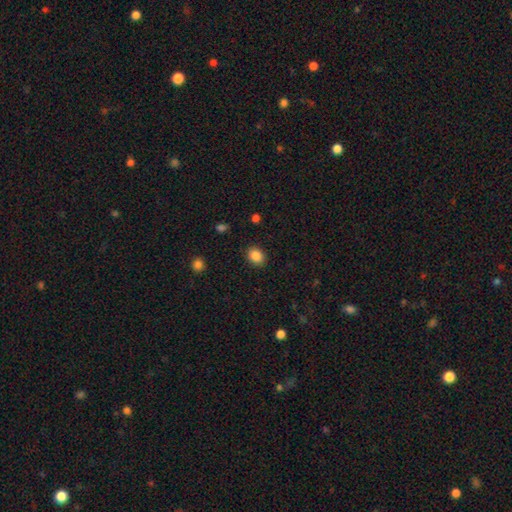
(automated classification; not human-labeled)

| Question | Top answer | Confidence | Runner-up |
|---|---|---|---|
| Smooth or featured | smooth | 86% | star or artifact (10%) |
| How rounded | round | 52% | in between (47%) |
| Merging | none | 89% | minor disturbance (7%) |